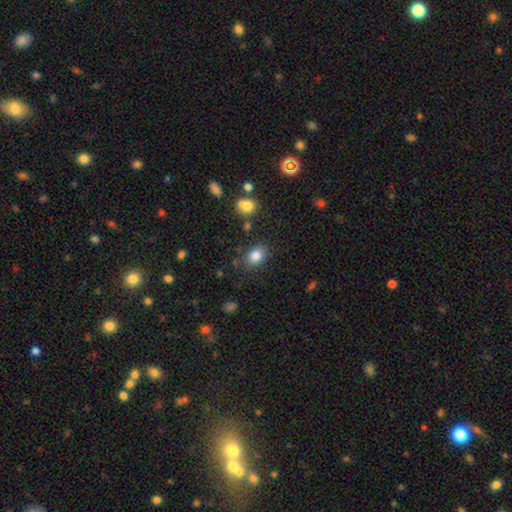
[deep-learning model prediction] A smooth galaxy with no disk features (83%) that is in between round and cigar-shaped (67%). Merging: none (81%).